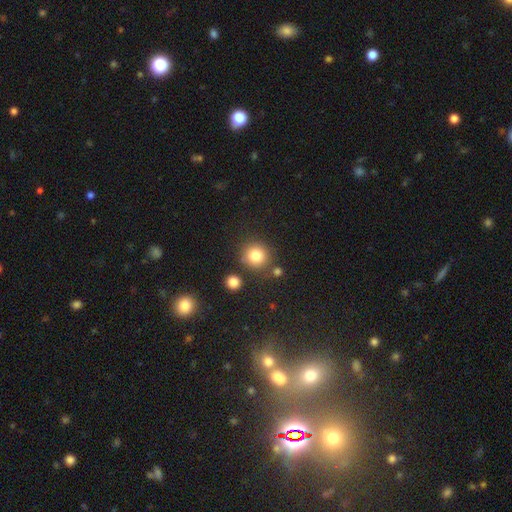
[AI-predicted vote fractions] Smooth or featured? Predicted: smooth (p=0.82). How rounded? Predicted: round (p=0.89). Merging? Predicted: none (p=0.79).